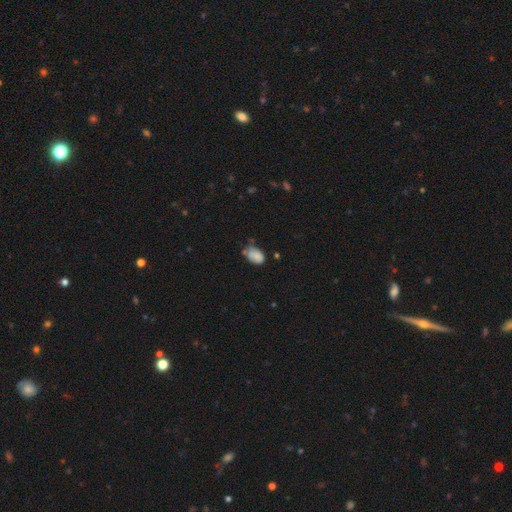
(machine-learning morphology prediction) Q: Smooth or featured?
A: smooth (79%); runner-up: featured or disk (12%)
Q: How rounded?
A: in between (84%); runner-up: round (15%)
Q: Merging?
A: none (46%); runner-up: minor disturbance (36%)